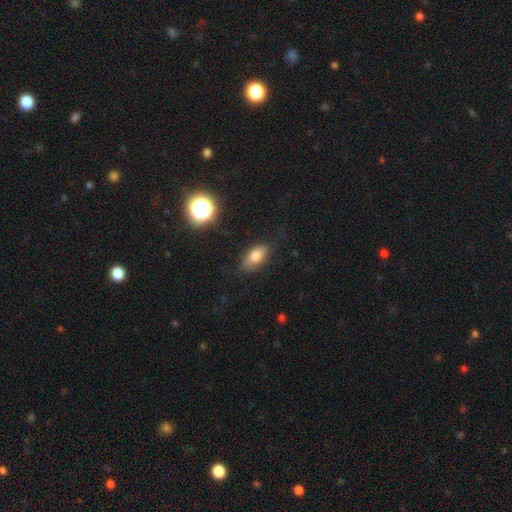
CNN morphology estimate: smooth-or-featured: smooth: 78% | featured or disk: 12% | star or artifact: 10%
  how-rounded: in between: 87% | round: 6% | cigar-shaped: 6%
  merging: none: 78% | minor disturbance: 17% | major disturbance: 4% | merger: 2%